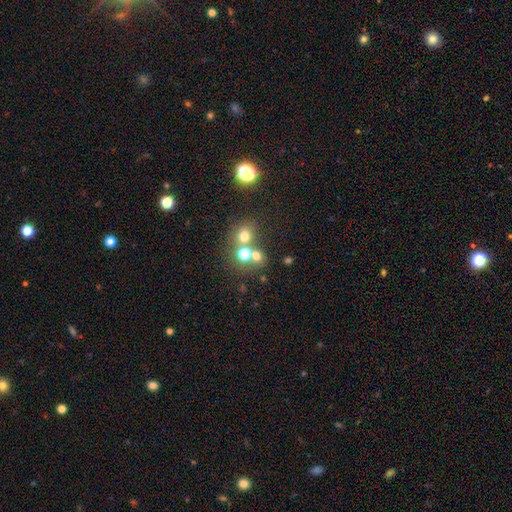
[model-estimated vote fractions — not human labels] Smooth or featured?
  - smooth: 64% *
  - star or artifact: 21%
  - featured or disk: 14%
How rounded?
  - round: 77% *
  - in between: 22%
  - cigar-shaped: 1%
Merging?
  - none: 49% *
  - merger: 38%
  - minor disturbance: 8%
  - major disturbance: 5%